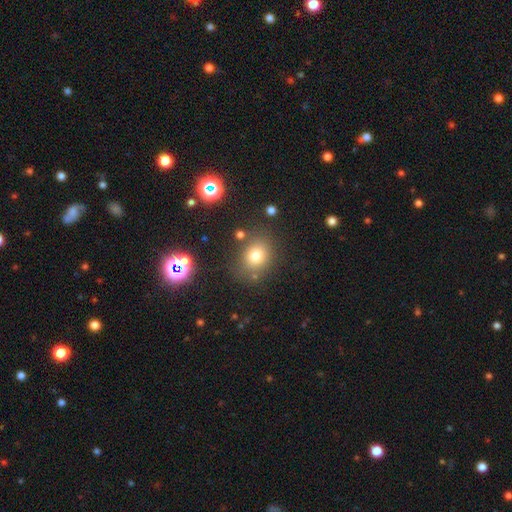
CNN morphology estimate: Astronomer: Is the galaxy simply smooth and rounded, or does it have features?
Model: smooth — 75%.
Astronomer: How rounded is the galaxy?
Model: round — 61% (runner-up: in between, 38%).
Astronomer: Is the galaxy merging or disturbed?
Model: none — 76%.